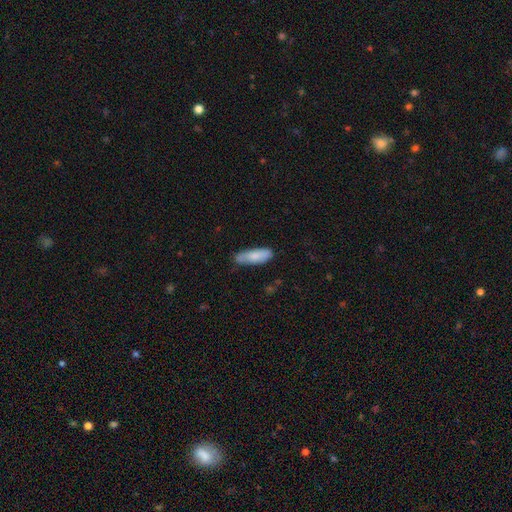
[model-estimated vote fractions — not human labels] Morphology: type=smooth (79%); roundness=in between (54%); merging=none (72%).